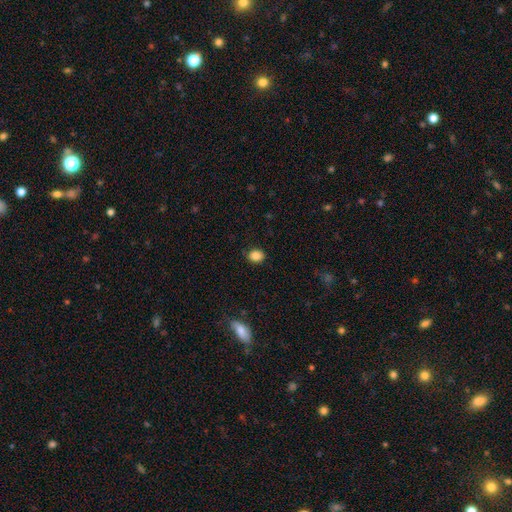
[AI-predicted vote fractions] smooth 86%, star or artifact 10%, featured or disk 4%. Down the decision tree: how rounded — round (56%); merging — none (86%).